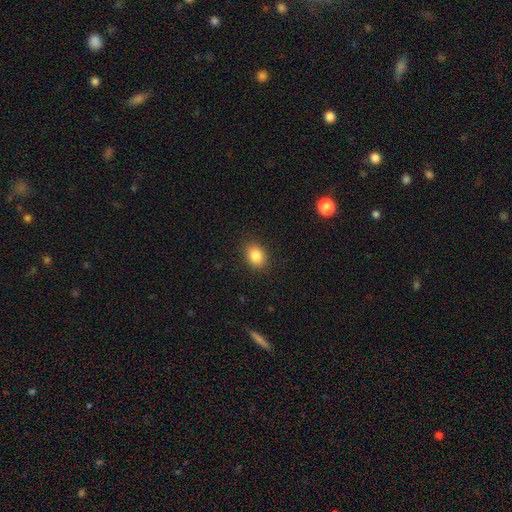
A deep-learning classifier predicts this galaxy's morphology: smooth 85%, star or artifact 9%, featured or disk 6%. Down the decision tree: how rounded — in between (60%); merging — none (88%).